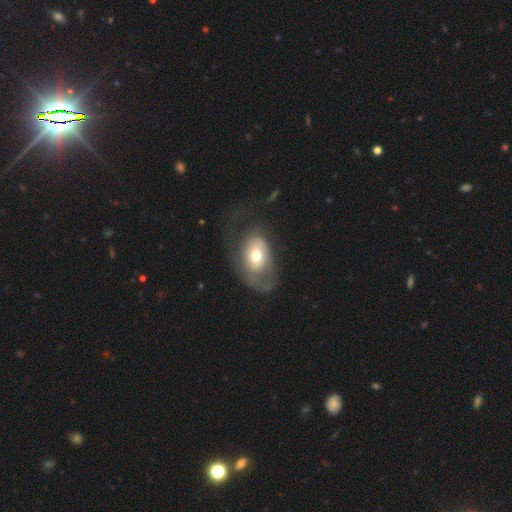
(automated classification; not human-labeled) Smooth or featured? smooth (57%)
How rounded? in between (79%)
Merging? major disturbance (43%)